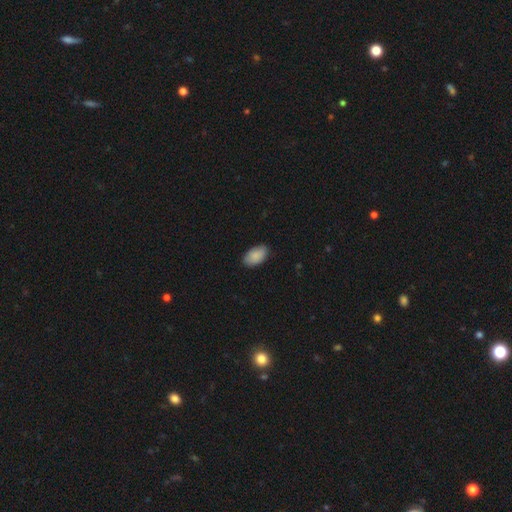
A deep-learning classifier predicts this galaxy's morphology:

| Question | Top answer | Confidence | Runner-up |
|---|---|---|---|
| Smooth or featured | smooth | 89% | star or artifact (6%) |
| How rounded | in between | 94% | round (4%) |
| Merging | none | 83% | minor disturbance (14%) |